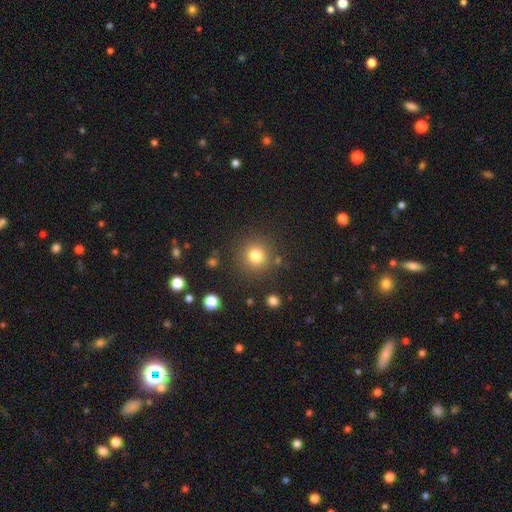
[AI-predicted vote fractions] A smooth galaxy with no disk features (80%) that is round (94%).

Vote fractions:
- Smooth or featured? smooth: 80% / star or artifact: 13% / featured or disk: 7%
- How rounded? round: 94% / in between: 5% / cigar-shaped: 1%
- Merging? none: 86% / minor disturbance: 7% / major disturbance: 3% / merger: 3%